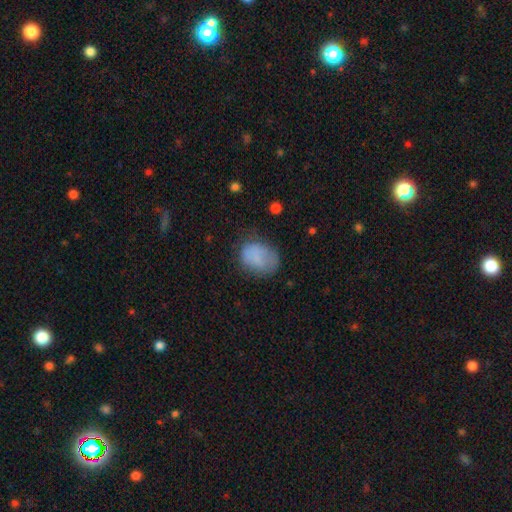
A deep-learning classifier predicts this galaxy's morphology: smooth_or_featured: smooth (p=0.77) [alt: featured or disk p=0.14]
how_rounded: in between (p=0.64) [alt: round p=0.35]
merging: none (p=0.56) [alt: minor disturbance p=0.28]